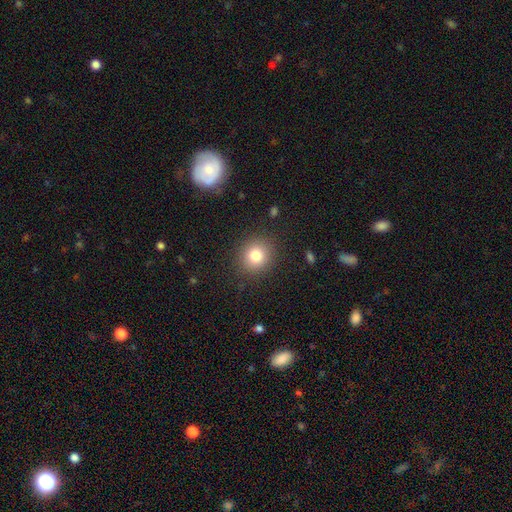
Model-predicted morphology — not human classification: A smooth galaxy with no disk features (80%) that is round (84%).

Vote fractions:
- Smooth or featured? smooth: 80% / star or artifact: 11% / featured or disk: 8%
- How rounded? round: 84% / in between: 15% / cigar-shaped: 1%
- Merging? none: 88% / minor disturbance: 8% / major disturbance: 3% / merger: 1%